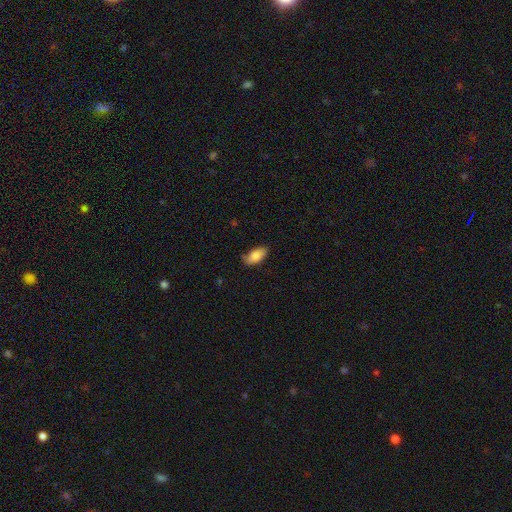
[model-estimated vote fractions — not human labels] Smooth or featured? smooth (84%)
How rounded? in between (91%)
Merging? none (73%)